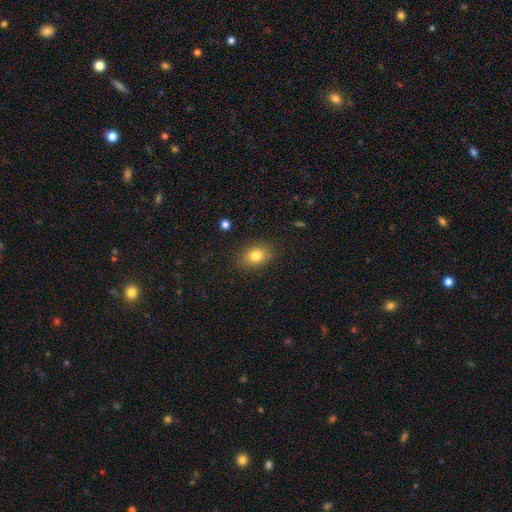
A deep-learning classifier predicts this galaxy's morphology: The model was most divided on "how rounded": in between: 71%, round: 28%, cigar-shaped: 1%. More confident: merging — none (85%); smooth or featured — smooth (81%).